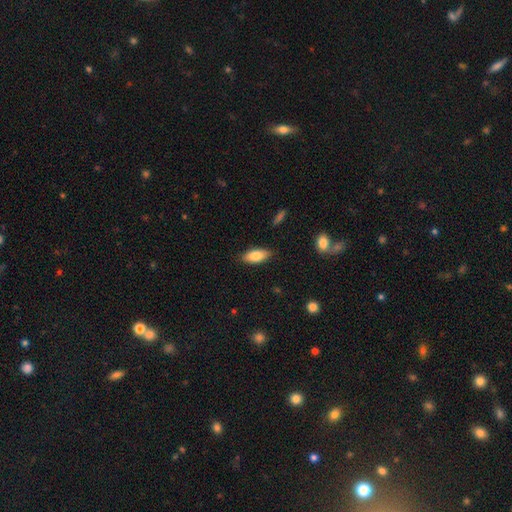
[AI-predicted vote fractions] Smooth or featured? smooth (81%)
How rounded? in between (84%)
Merging? none (85%)